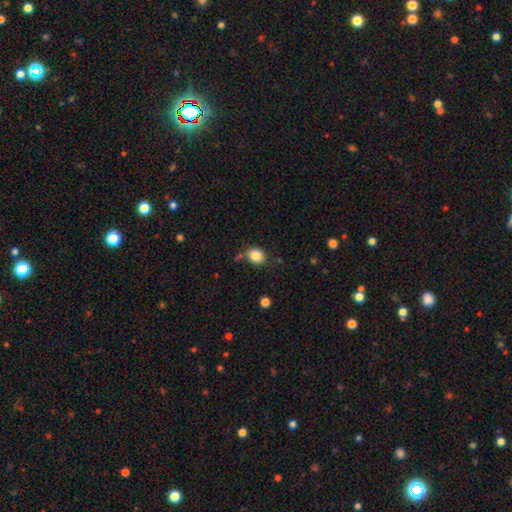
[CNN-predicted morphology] type=smooth (85%); roundness=in between (50%); merging=none (76%).